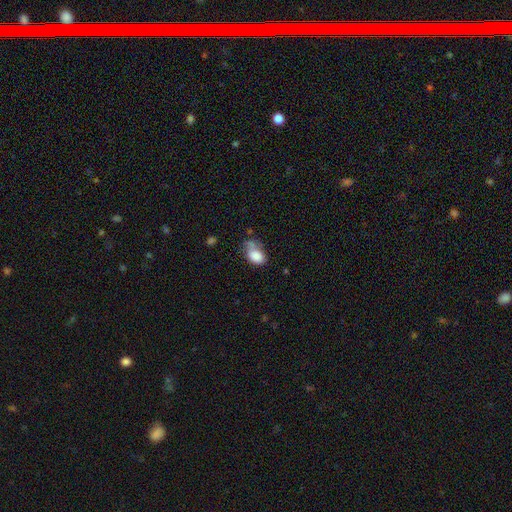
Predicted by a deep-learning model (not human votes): Q: Smooth or featured?
A: smooth (82%); runner-up: featured or disk (10%)
Q: How rounded?
A: in between (83%); runner-up: round (15%)
Q: Merging?
A: none (36%); runner-up: minor disturbance (31%)